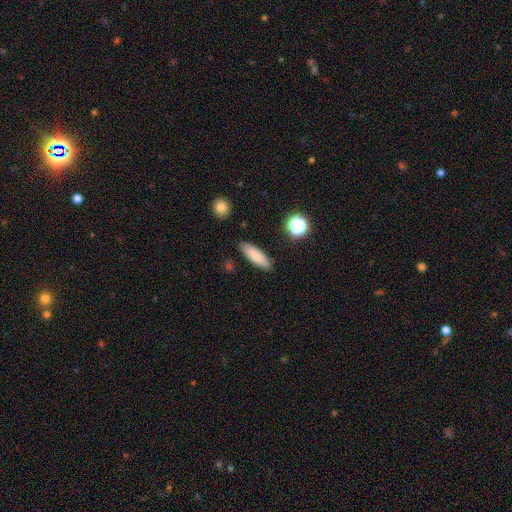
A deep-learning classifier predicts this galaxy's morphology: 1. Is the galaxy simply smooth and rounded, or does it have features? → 83% smooth, 9% featured or disk, 8% star or artifact.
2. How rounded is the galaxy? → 49% in between, 48% cigar-shaped, 2% round.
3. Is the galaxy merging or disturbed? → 87% none, 9% minor disturbance, 2% major disturbance, 2% merger.